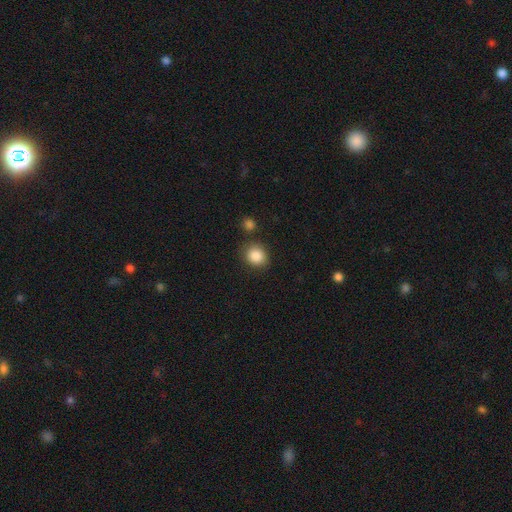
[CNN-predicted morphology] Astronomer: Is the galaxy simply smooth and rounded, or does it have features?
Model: smooth — 87%.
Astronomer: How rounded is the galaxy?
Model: round — 71%.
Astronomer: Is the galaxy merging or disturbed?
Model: none — 79%.